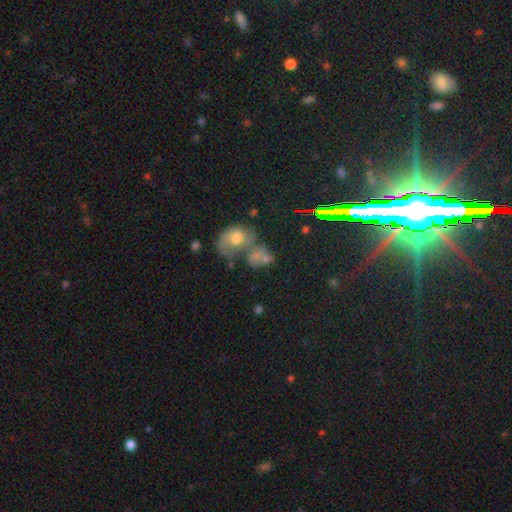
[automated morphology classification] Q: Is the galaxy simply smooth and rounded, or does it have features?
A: smooth — 50%.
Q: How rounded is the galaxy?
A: in between — 57%.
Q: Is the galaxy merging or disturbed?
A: merger — 53%.